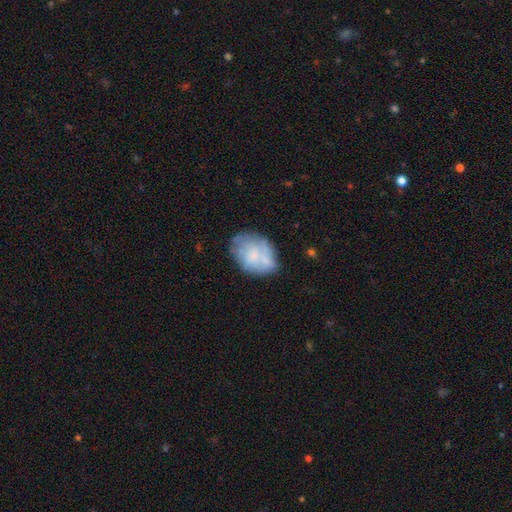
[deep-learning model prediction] smooth 49%, featured or disk 43%, star or artifact 8%. Down the decision tree: merging — none (50%).